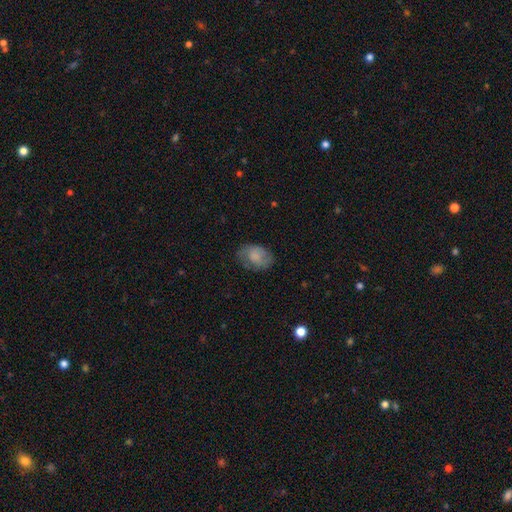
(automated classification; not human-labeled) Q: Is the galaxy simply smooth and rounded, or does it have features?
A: smooth — 67%.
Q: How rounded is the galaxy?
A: in between — 79%.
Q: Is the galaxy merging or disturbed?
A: none — 65%.